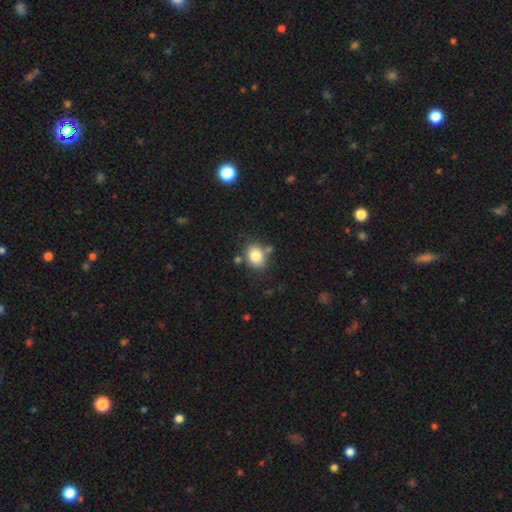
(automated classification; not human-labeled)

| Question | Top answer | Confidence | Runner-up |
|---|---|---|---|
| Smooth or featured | smooth | 82% | star or artifact (10%) |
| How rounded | round | 51% | in between (48%) |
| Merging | none | 70% | minor disturbance (14%) |